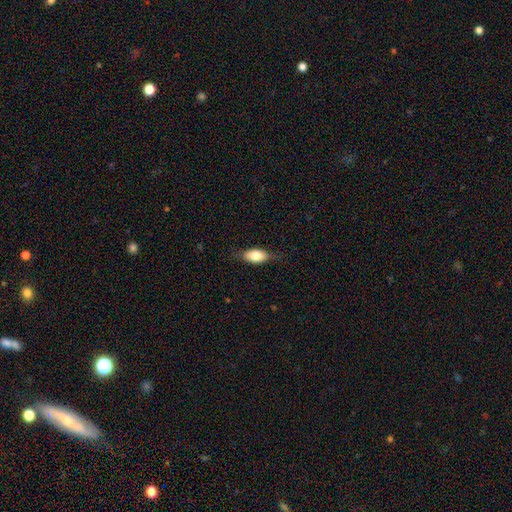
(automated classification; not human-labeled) Smooth or featured? smooth (72%)
How rounded? in between (86%)
Merging? none (76%)